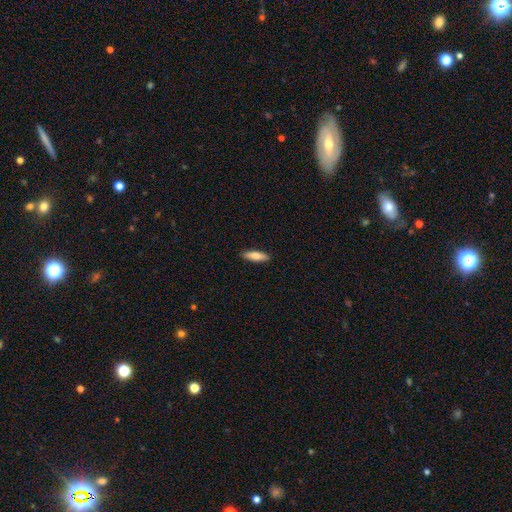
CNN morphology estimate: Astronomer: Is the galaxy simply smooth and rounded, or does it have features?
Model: smooth — 79%.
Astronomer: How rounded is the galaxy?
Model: cigar-shaped — 58% (runner-up: in between, 40%).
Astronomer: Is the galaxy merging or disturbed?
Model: none — 90%.